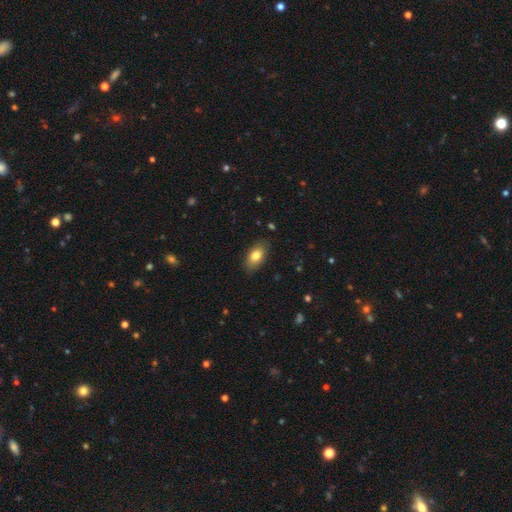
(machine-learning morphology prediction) A smooth galaxy with no disk features (79%) that is in between round and cigar-shaped (90%). Merging: none (85%).